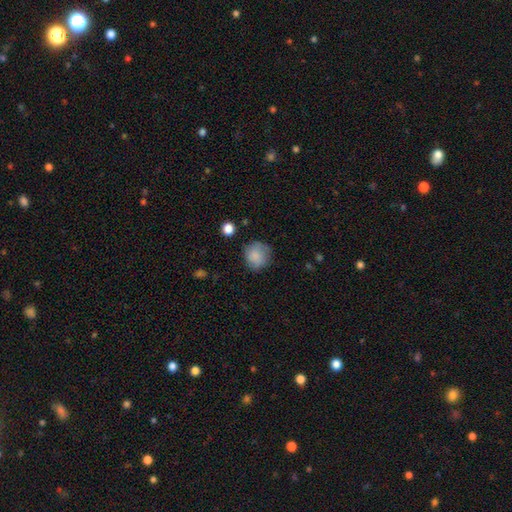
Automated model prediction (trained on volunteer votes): This is clearly a smooth galaxy (82%). How rounded: clearly round (88%). Merging: likely none (75%).